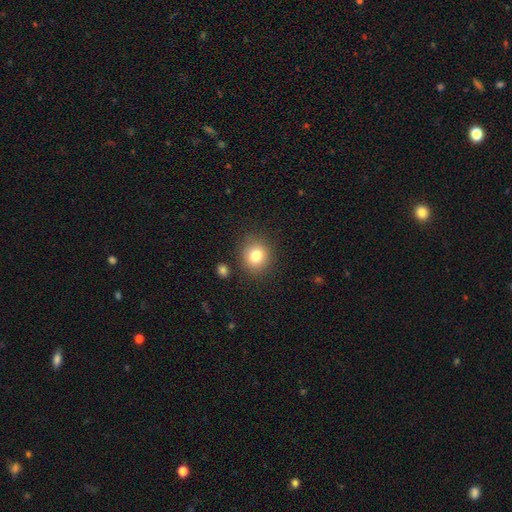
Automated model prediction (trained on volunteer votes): smooth-or-featured: smooth: 80% | star or artifact: 11% | featured or disk: 8%
  how-rounded: round: 83% | in between: 16% | cigar-shaped: 1%
  merging: none: 85% | minor disturbance: 9% | merger: 3% | major disturbance: 3%